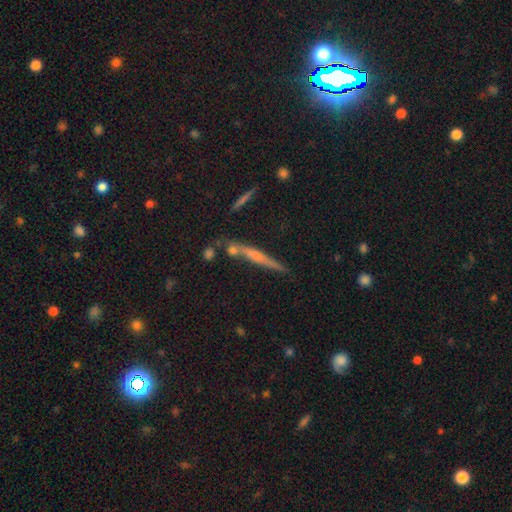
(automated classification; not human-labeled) featured or disk 48%, smooth 44%, star or artifact 9%. Down the decision tree: merging — none (75%).